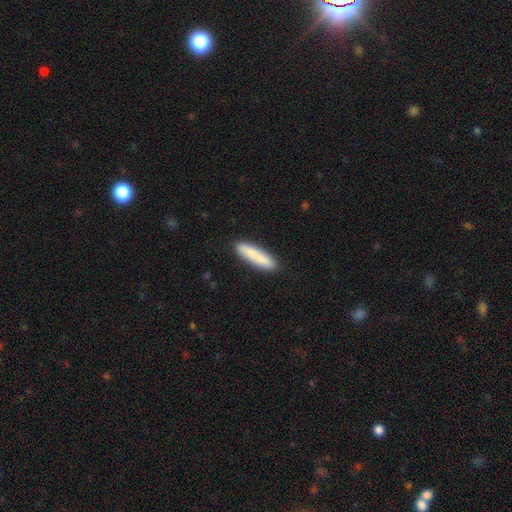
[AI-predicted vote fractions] Smooth or featured?
  - smooth: 84% *
  - featured or disk: 11%
  - star or artifact: 6%
How rounded?
  - cigar-shaped: 85% *
  - in between: 14%
  - round: 1%
Merging?
  - none: 89% *
  - minor disturbance: 8%
  - major disturbance: 2%
  - merger: 1%